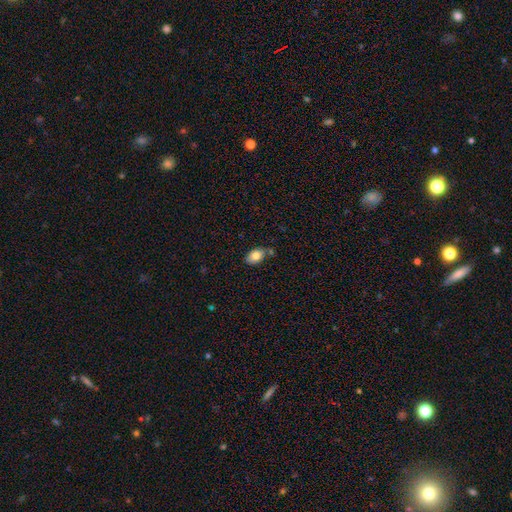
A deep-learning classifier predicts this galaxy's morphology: Q: Smooth or featured?
A: smooth (80%); runner-up: featured or disk (12%)
Q: How rounded?
A: in between (84%); runner-up: round (14%)
Q: Merging?
A: none (70%); runner-up: minor disturbance (18%)